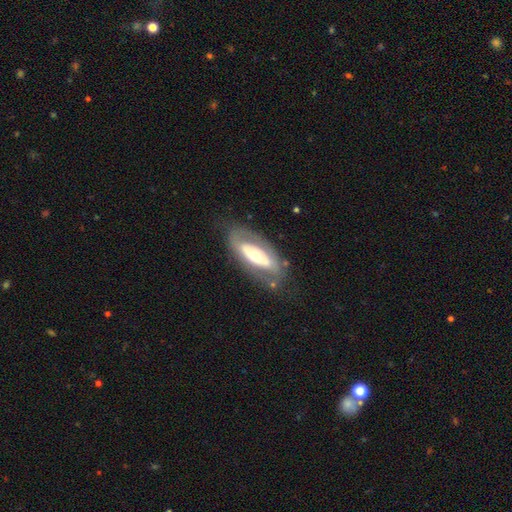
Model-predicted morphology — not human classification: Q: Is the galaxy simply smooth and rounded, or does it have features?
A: featured or disk — 62%.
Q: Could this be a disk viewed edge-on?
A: no — 84%.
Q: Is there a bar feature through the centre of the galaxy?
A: no — 64%.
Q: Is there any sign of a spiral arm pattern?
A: no — 69%.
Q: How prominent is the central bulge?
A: moderate — 63%.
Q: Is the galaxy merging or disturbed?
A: none — 71%.